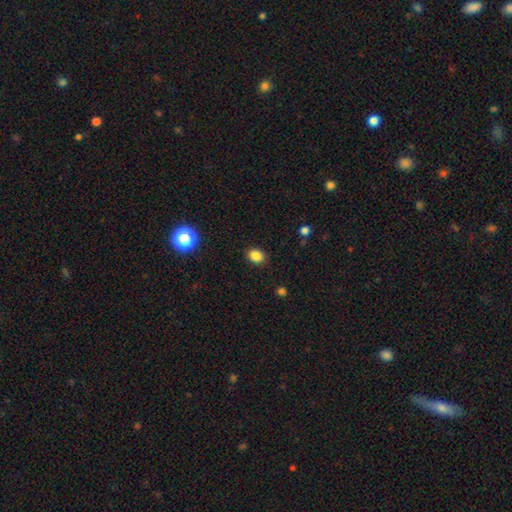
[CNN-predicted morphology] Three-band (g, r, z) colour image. It shows a smooth galaxy with no disk features (85%) that is in between round and cigar-shaped (51%). Merging: none (89%).